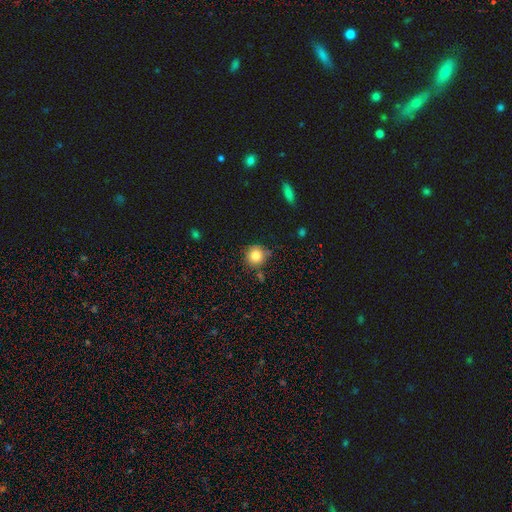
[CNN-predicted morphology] Smooth or featured? smooth (82%)
How rounded? round (91%)
Merging? none (75%)